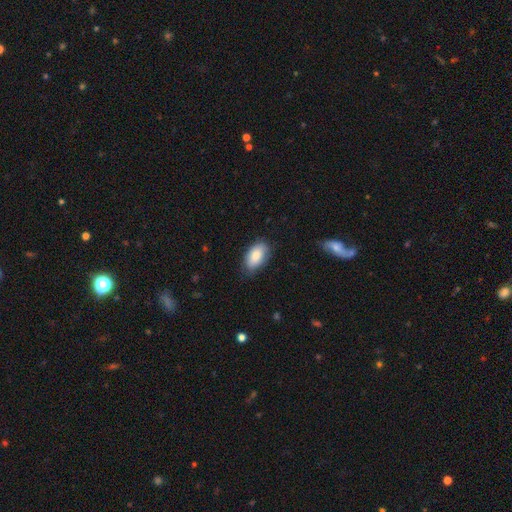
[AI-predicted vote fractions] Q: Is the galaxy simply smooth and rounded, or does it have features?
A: smooth — 83%.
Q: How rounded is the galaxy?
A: in between — 94%.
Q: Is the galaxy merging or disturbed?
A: none — 76%.